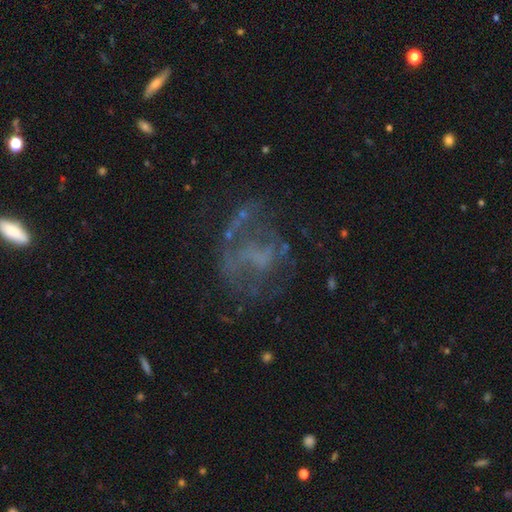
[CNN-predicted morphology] Smooth or featured? featured or disk (62%)
Edge-on disk? no (97%)
Bar? no (73%)
Spiral arms? no (65%)
Bulge size? none (66%)
Merging? none (46%)